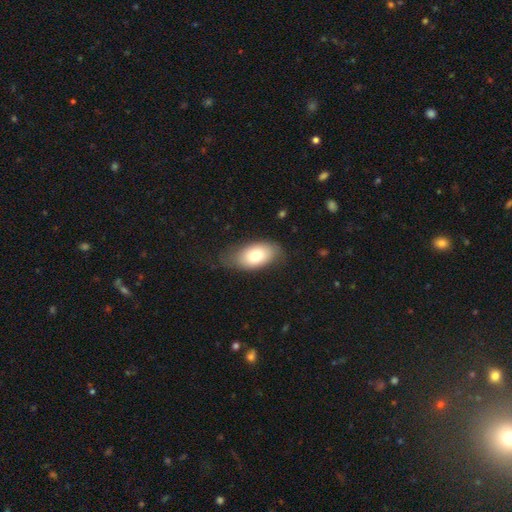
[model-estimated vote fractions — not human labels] Morphology: type=smooth (75%); roundness=in between (91%); merging=none (69%).